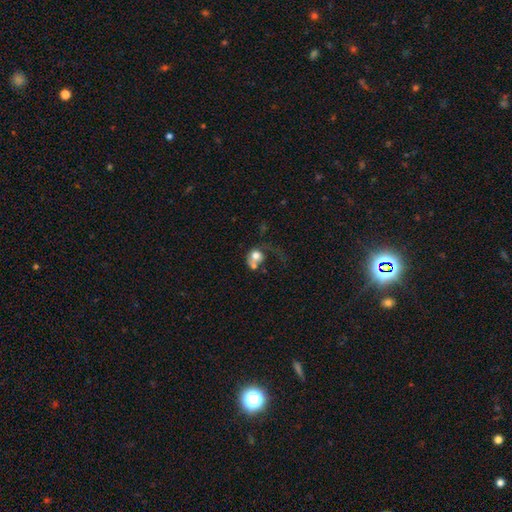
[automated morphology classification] A smooth galaxy with no disk features (62%) that is round (72%). Merging: merger (35%).